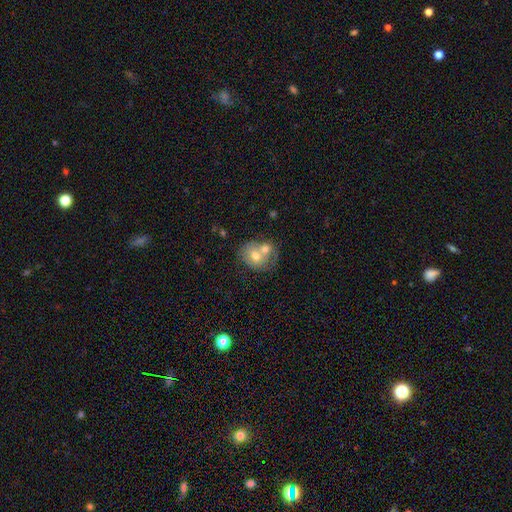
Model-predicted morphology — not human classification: smooth_or_featured: smooth (p=0.62) [alt: featured or disk p=0.30]
how_rounded: round (p=0.60) [alt: in between p=0.39]
merging: merger (p=0.60) [alt: none p=0.26]